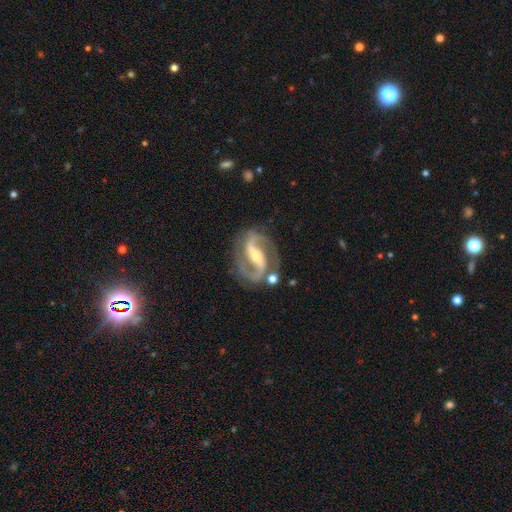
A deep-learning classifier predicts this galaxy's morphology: type=featured or disk (92%); edge-on=no (97%); bar=strong (59%); spiral arms=yes (98%); winding=medium (58%); arm count=2 (94%); bulge=small (53%); merging=none (78%).